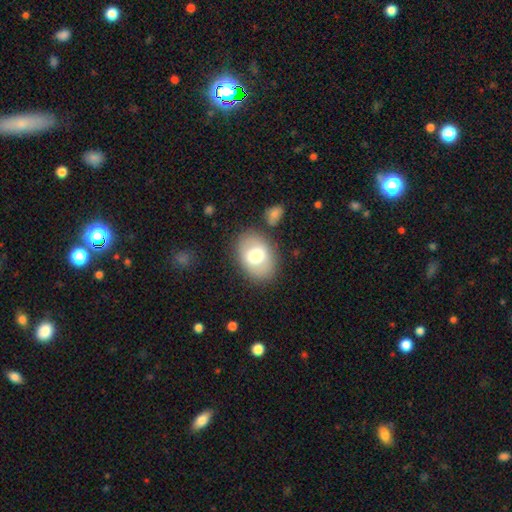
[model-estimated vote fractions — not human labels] A smooth galaxy with no disk features (69%) that is in between round and cigar-shaped (73%). Merging: none (80%).